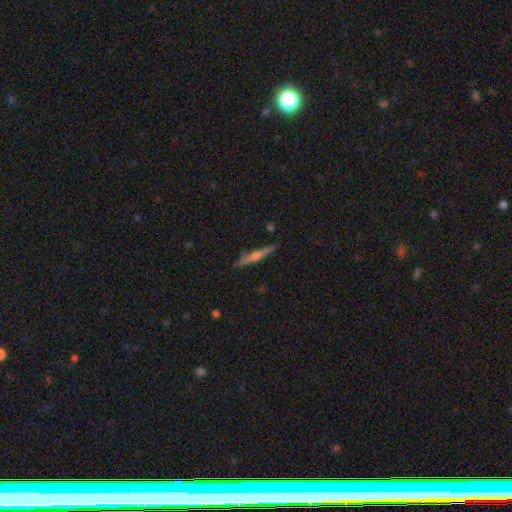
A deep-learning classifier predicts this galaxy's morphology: smooth_or_featured: featured or disk (p=0.69) [alt: smooth p=0.24]
disk_edge_on: yes (p=0.97) [alt: no p=0.03]
edge_on_bulge: rounded (p=0.73) [alt: none p=0.15]
merging: none (p=0.88) [alt: minor disturbance p=0.09]